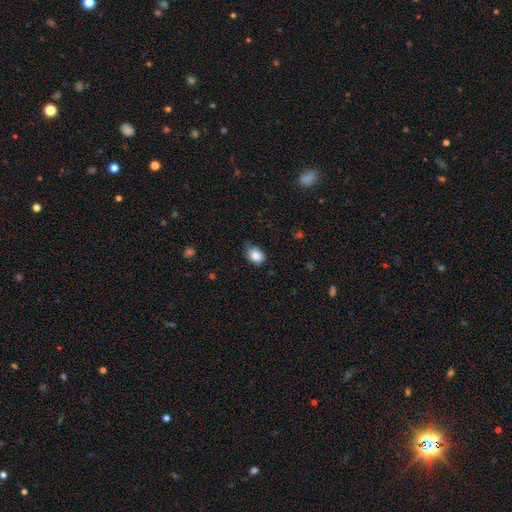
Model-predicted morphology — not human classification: This is clearly a smooth galaxy (86%). How rounded: likely in between (63%). Merging: likely none (68%).